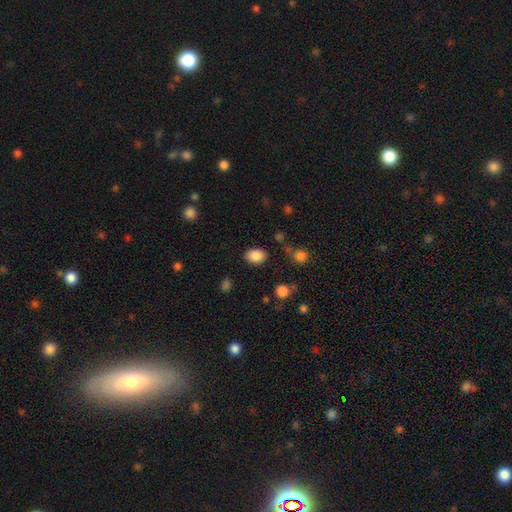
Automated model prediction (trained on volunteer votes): smooth_or_featured: smooth (p=0.87) [alt: star or artifact p=0.09]
how_rounded: in between (p=0.75) [alt: round p=0.24]
merging: none (p=0.82) [alt: minor disturbance p=0.11]